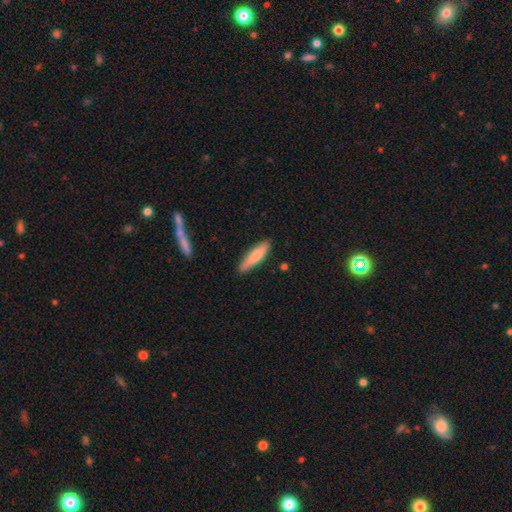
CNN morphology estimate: Smooth or featured? smooth (78%)
How rounded? cigar-shaped (76%)
Merging? none (86%)